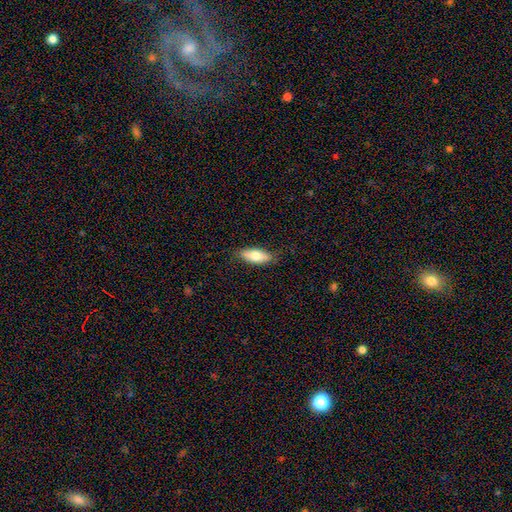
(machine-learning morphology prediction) Smooth or featured?
  - smooth: 74% *
  - featured or disk: 20%
  - star or artifact: 6%
How rounded?
  - in between: 77% *
  - cigar-shaped: 21%
  - round: 2%
Merging?
  - none: 82% *
  - minor disturbance: 15%
  - major disturbance: 3%
  - merger: 1%